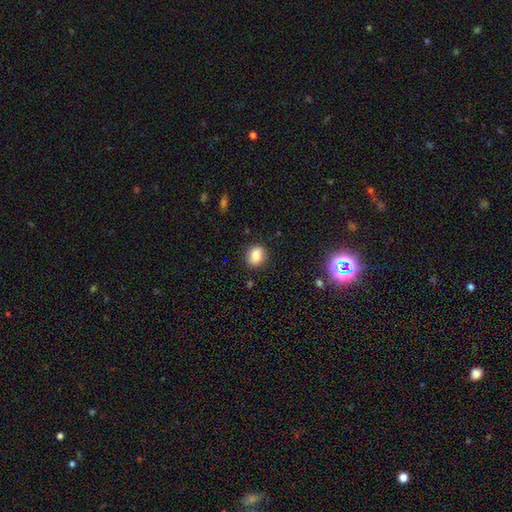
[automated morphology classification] type=smooth (85%); roundness=round (56%); merging=none (85%).